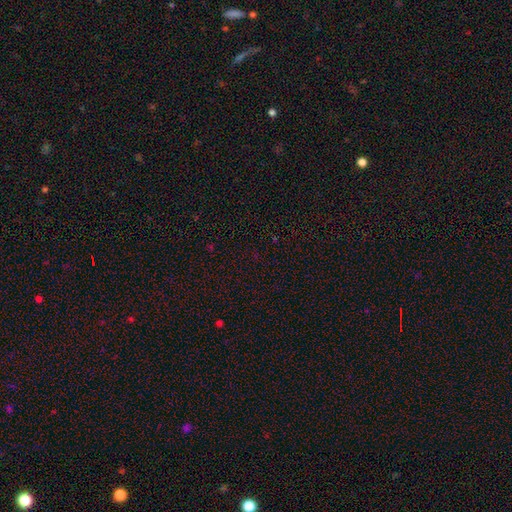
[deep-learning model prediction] Smooth or featured?
  - star or artifact: 68% *
  - smooth: 25%
  - featured or disk: 7%